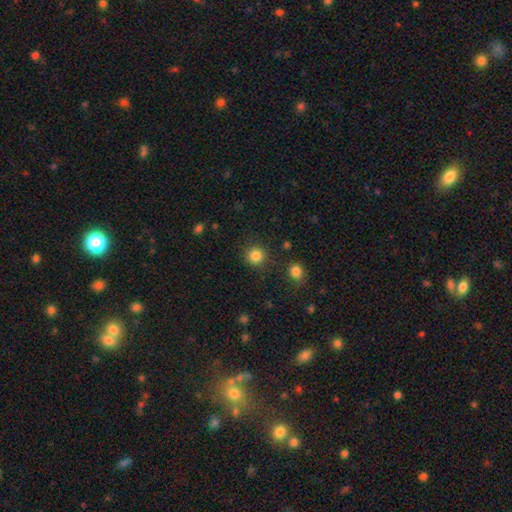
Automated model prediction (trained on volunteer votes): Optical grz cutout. It shows a smooth galaxy with no disk features (84%) that is round (93%). Merging: none (88%).